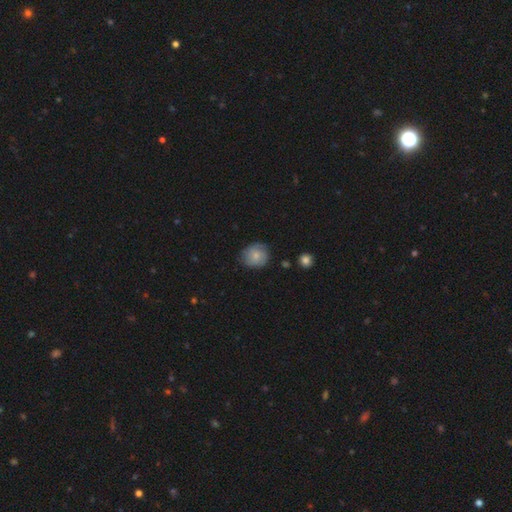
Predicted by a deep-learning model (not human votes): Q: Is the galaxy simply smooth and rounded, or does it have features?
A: smooth — 71%.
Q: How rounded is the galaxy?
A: round — 83%.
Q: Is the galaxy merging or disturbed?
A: none — 76%.